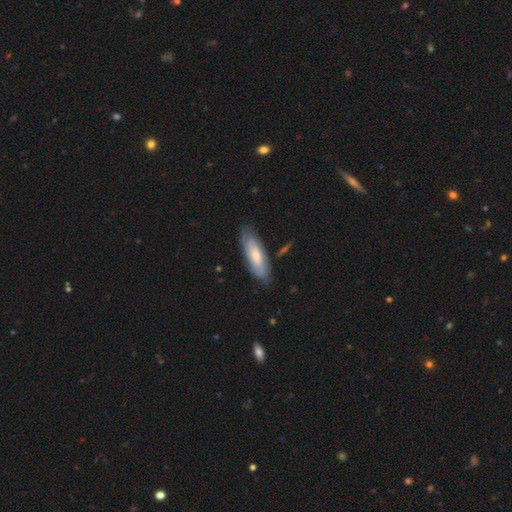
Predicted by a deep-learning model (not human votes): smooth-or-featured: smooth: 60% | featured or disk: 35% | star or artifact: 6%
  how-rounded: in between: 59% | cigar-shaped: 39% | round: 2%
  merging: none: 75% | minor disturbance: 19% | major disturbance: 4% | merger: 3%